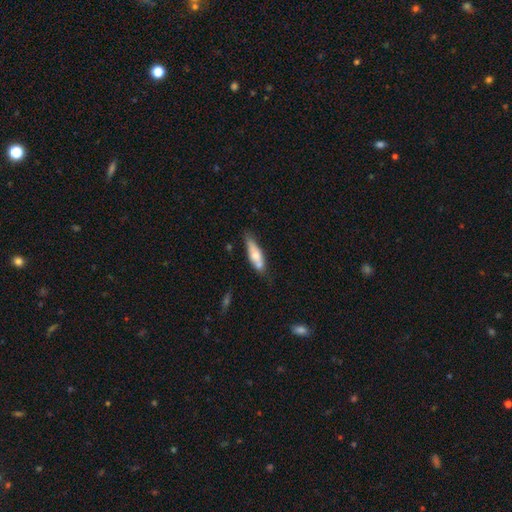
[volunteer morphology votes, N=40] smooth 62%, featured or disk 35%, star or artifact 2%. Down the decision tree: how rounded — cigar-shaped (68%); merging — none (46%).